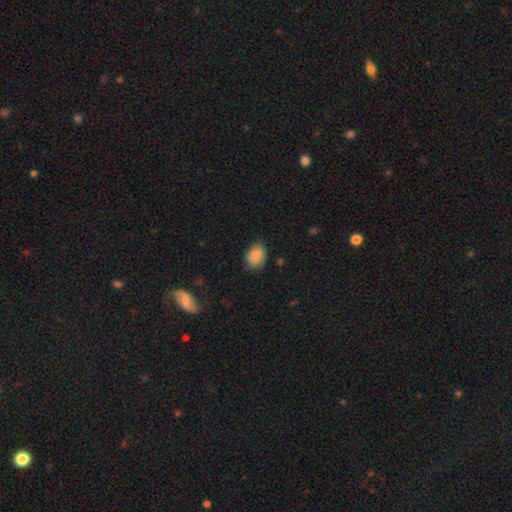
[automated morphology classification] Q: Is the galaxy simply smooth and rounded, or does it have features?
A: smooth — 87%.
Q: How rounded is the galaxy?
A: in between — 66%.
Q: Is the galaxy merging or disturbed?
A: none — 73%.